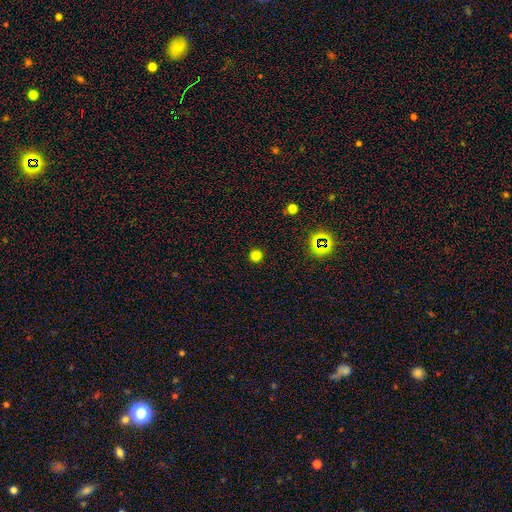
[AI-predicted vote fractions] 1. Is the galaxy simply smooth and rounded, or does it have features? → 76% smooth, 21% star or artifact, 4% featured or disk.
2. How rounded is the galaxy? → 94% round, 5% in between, 1% cigar-shaped.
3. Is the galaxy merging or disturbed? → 90% none, 6% minor disturbance, 2% major disturbance, 1% merger.